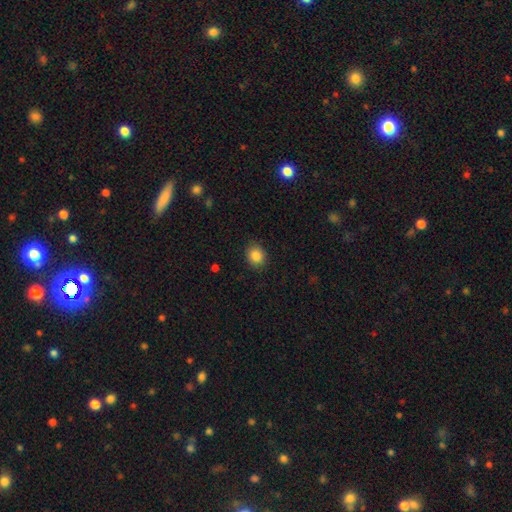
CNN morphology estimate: Q: Smooth or featured?
A: smooth (86%); runner-up: star or artifact (9%)
Q: How rounded?
A: round (64%); runner-up: in between (35%)
Q: Merging?
A: none (87%); runner-up: minor disturbance (9%)